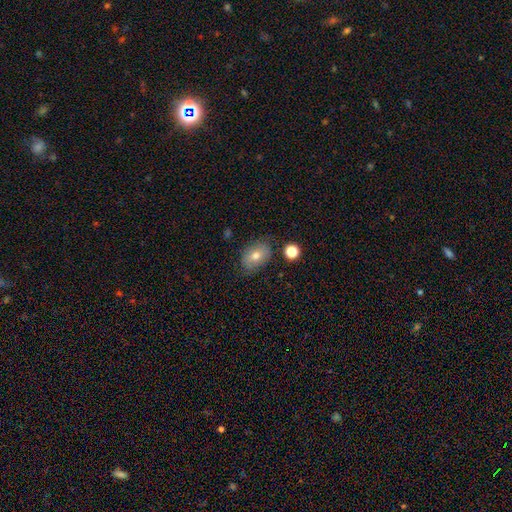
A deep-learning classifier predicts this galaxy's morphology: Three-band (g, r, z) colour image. It shows a smooth galaxy with no disk features (71%) that is in between round and cigar-shaped (80%). Merging: none (75%).